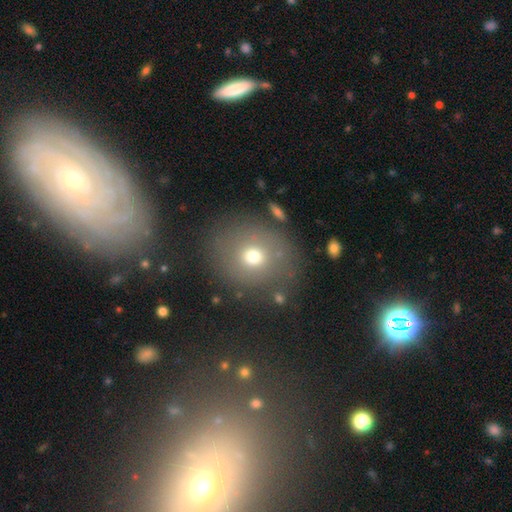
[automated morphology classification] This is possibly a smooth galaxy (46%). Merging: clearly none (82%).